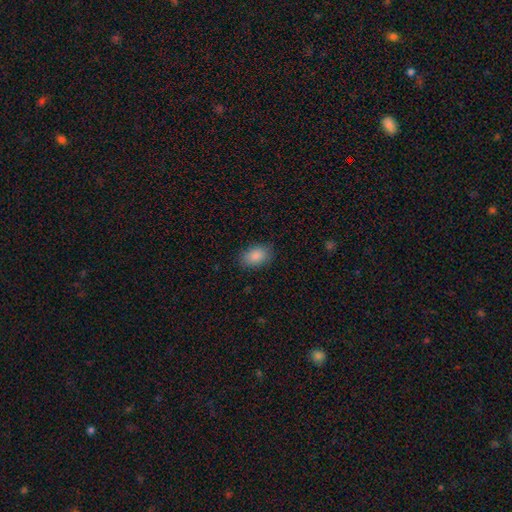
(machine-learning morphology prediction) Smooth or featured?
  - smooth: 88% *
  - star or artifact: 8%
  - featured or disk: 4%
How rounded?
  - in between: 88% *
  - round: 11%
  - cigar-shaped: 1%
Merging?
  - none: 86% *
  - minor disturbance: 10%
  - major disturbance: 3%
  - merger: 1%